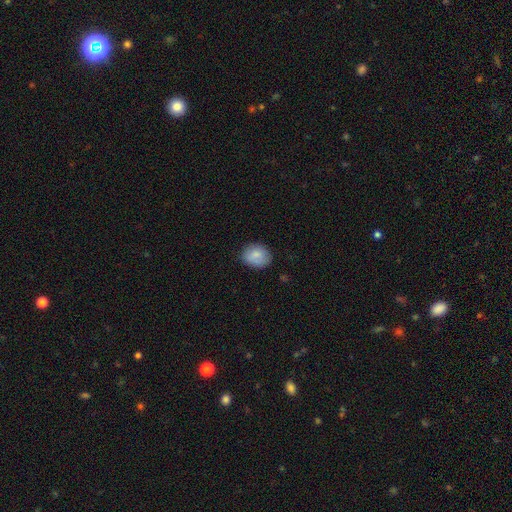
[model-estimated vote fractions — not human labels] Smooth or featured? smooth (84%)
How rounded? round (52%)
Merging? none (80%)